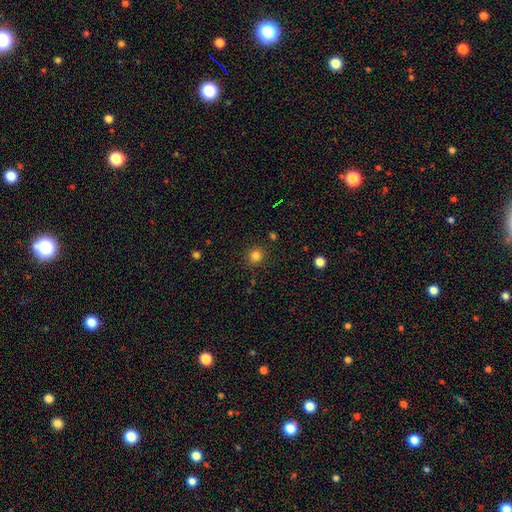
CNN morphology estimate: A smooth galaxy with no disk features (82%) that is round (91%). Merging: none (88%).